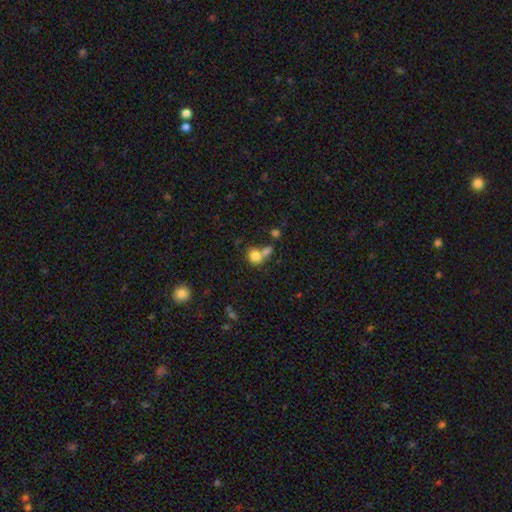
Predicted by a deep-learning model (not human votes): Morphology: type=smooth (78%); roundness=round (67%); merging=merger (46%).